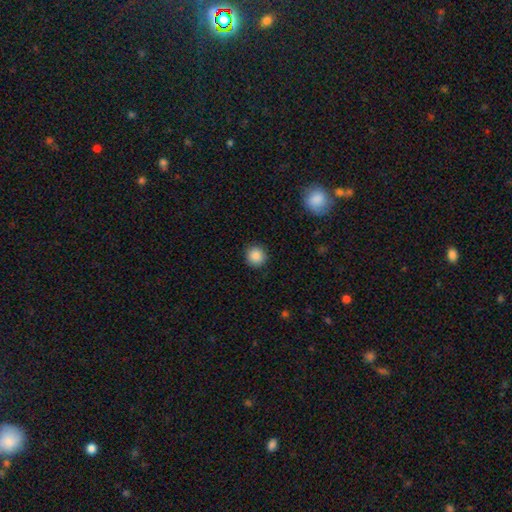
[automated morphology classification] type=smooth (88%); roundness=round (94%); merging=none (91%).